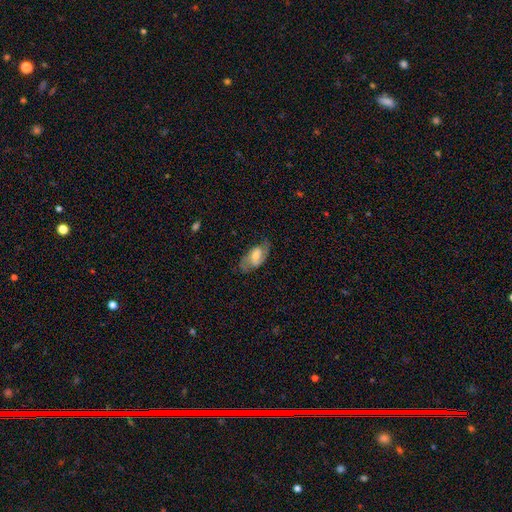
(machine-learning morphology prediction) Overall: featured or disk (65%; smooth 28%). Edge-on disk: no (95%). Bar: weak (44%; no 43%). Spiral arms: yes (87%). Spiral arm count: 2 (83%). Spiral winding: medium (48%; loose 27%). Bulge size: moderate (56%; small 31%). Merging: none (70%).